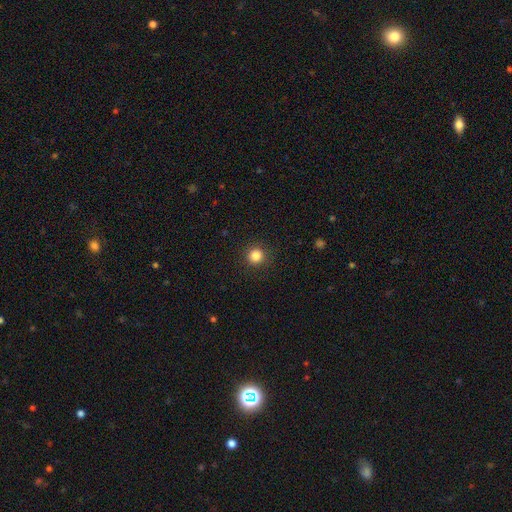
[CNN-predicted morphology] Smooth or featured? smooth (85%)
How rounded? round (95%)
Merging? none (92%)